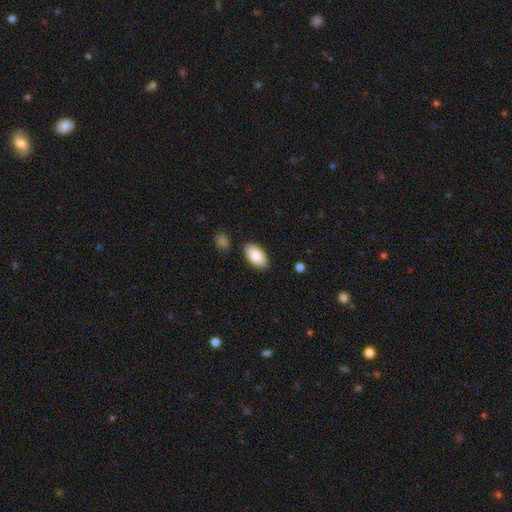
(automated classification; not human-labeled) smooth_or_featured: smooth (p=0.87) [alt: featured or disk p=0.07]
how_rounded: in between (p=0.95) [alt: round p=0.03]
merging: none (p=0.86) [alt: minor disturbance p=0.09]